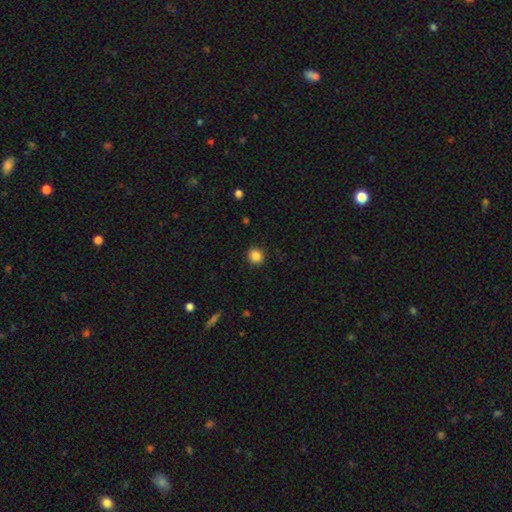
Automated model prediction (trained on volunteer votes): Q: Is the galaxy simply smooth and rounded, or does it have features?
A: smooth — 86%.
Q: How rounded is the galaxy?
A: round — 89%.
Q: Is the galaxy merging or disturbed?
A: none — 90%.